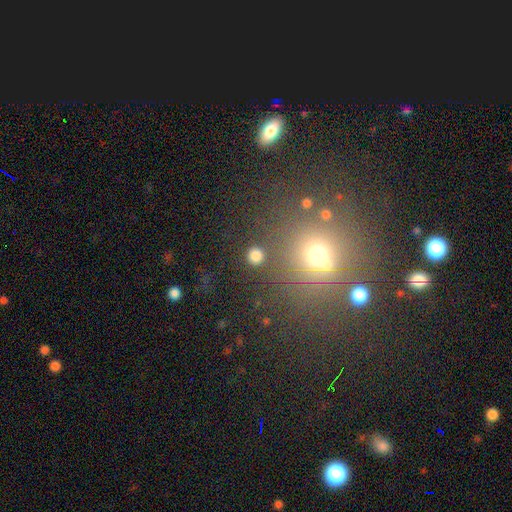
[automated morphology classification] smooth-or-featured: smooth: 82% | star or artifact: 14% | featured or disk: 4%
  how-rounded: round: 92% | in between: 7% | cigar-shaped: 1%
  merging: none: 87% | minor disturbance: 6% | merger: 4% | major disturbance: 3%